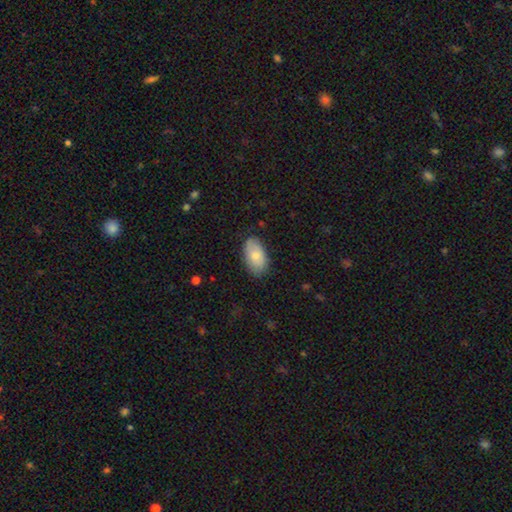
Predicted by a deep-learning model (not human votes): This appears to be a smooth galaxy with no disk features (75%) that is in between round and cigar-shaped (94%). Merging: none (79%).